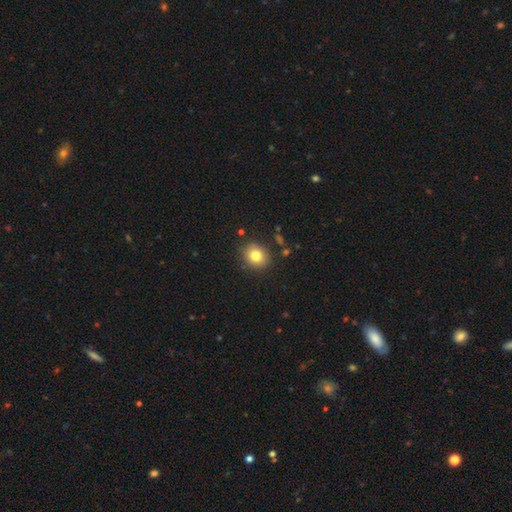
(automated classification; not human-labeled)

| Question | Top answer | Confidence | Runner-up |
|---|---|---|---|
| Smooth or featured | smooth | 80% | star or artifact (11%) |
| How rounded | round | 71% | in between (28%) |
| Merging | none | 85% | minor disturbance (10%) |